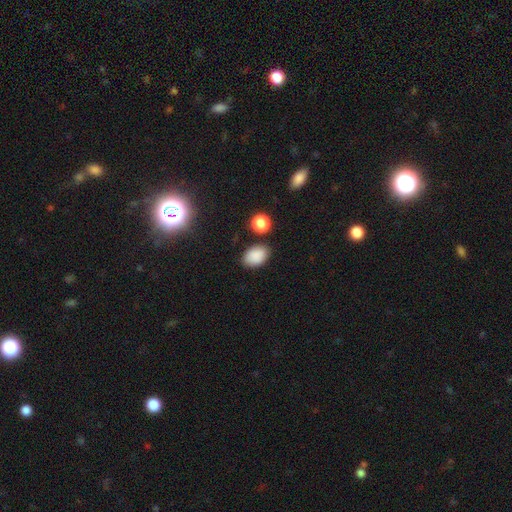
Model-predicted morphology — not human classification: A smooth galaxy with no disk features (87%) that is in between round and cigar-shaped (86%). Merging: none (81%).